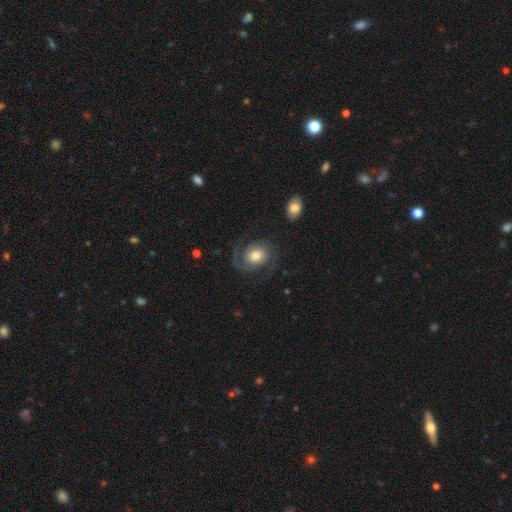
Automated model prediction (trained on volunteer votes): Q: Smooth or featured?
A: featured or disk (78%); runner-up: smooth (16%)
Q: Edge-on disk?
A: no (98%); runner-up: yes (2%)
Q: Bar?
A: no (73%); runner-up: weak (22%)
Q: Spiral arms?
A: yes (95%); runner-up: no (5%)
Q: Spiral winding?
A: medium (47%); runner-up: tight (29%)
Q: Spiral arm count?
A: 2 (83%); runner-up: 1 (9%)
Q: Bulge size?
A: moderate (62%); runner-up: large (22%)
Q: Merging?
A: none (72%); runner-up: minor disturbance (14%)